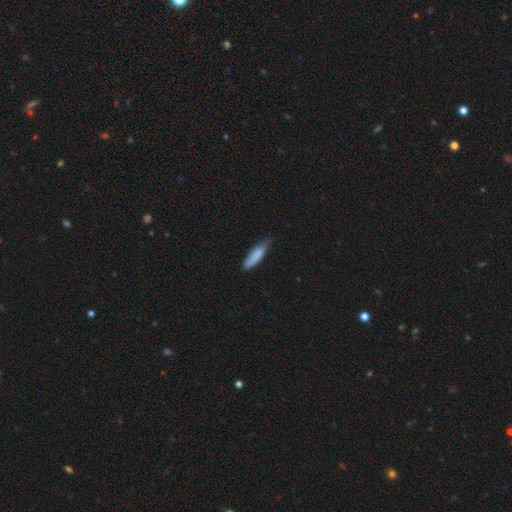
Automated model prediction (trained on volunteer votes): This is clearly a smooth galaxy (83%). How rounded: likely cigar-shaped (70%). Merging: likely none (63%).